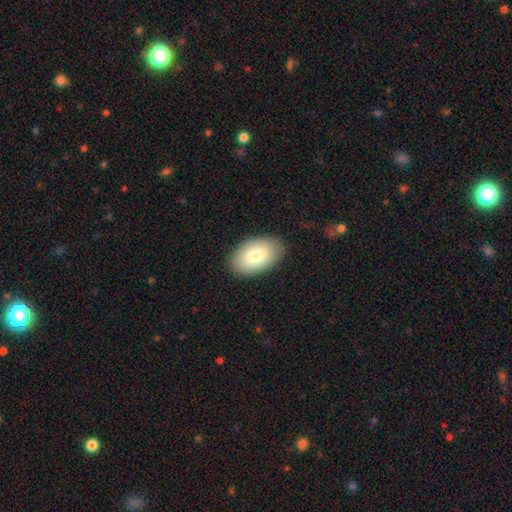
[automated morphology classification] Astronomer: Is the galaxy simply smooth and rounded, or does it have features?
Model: smooth — 80%.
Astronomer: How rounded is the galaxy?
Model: in between — 94%.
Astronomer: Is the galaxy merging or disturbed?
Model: none — 87%.